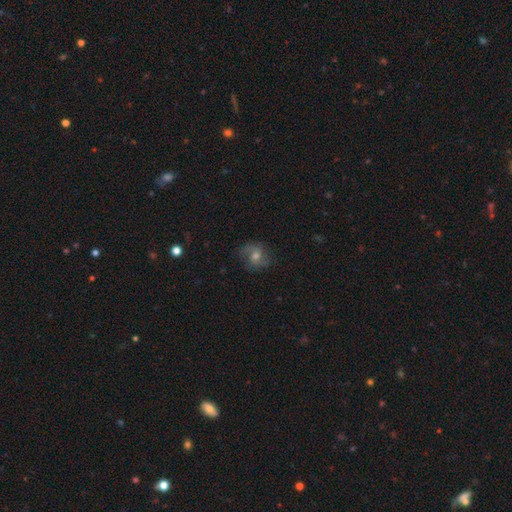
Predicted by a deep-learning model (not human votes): This is possibly a featured or disk galaxy (53%). It is clearly not viewed edge-on (96%). Bar: possibly no (57%). Spiral arm pattern: clearly yes (85%). Central bulge: possibly moderate (60%). Merging: likely none (72%).